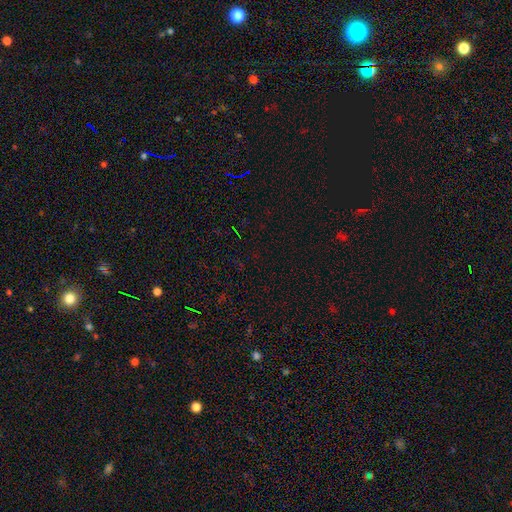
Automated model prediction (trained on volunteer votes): A star or artifact, not a galaxy (75%).